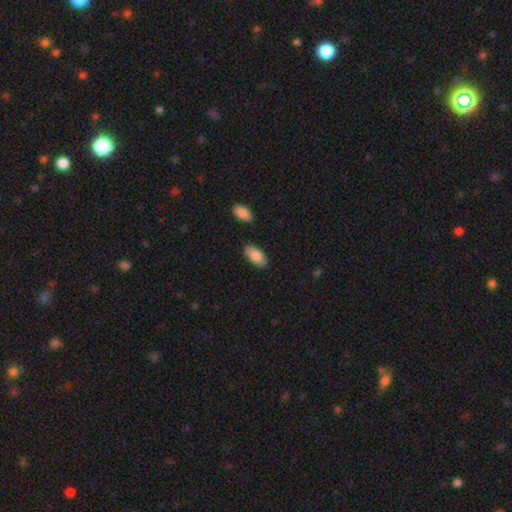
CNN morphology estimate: smooth-or-featured: smooth: 85% | featured or disk: 9% | star or artifact: 6%
  how-rounded: in between: 94% | cigar-shaped: 3% | round: 3%
  merging: none: 80% | minor disturbance: 14% | merger: 3% | major disturbance: 3%